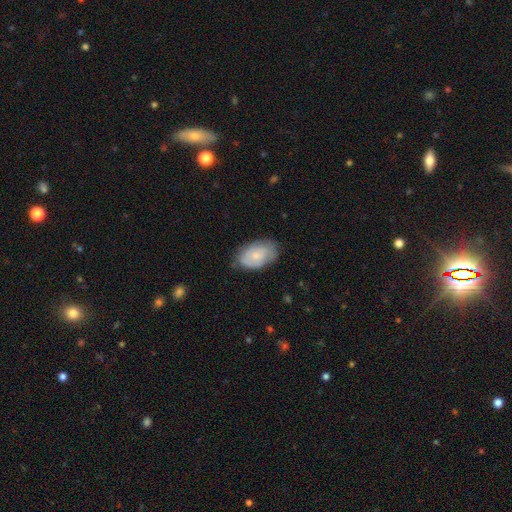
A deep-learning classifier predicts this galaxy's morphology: Q: Smooth or featured?
A: smooth (66%); runner-up: featured or disk (28%)
Q: How rounded?
A: in between (92%); runner-up: round (6%)
Q: Merging?
A: none (68%); runner-up: minor disturbance (25%)